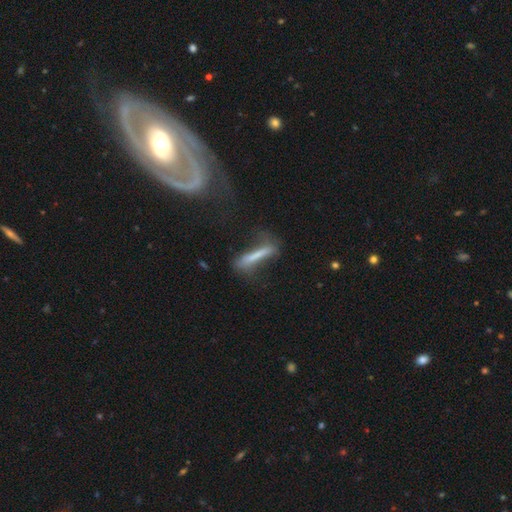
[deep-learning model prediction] Smooth or featured: smooth — 54% (featured or disk — 36%)
How rounded: cigar-shaped — 90% (in between — 8%)
Merging: none — 48% (minor disturbance — 23%)